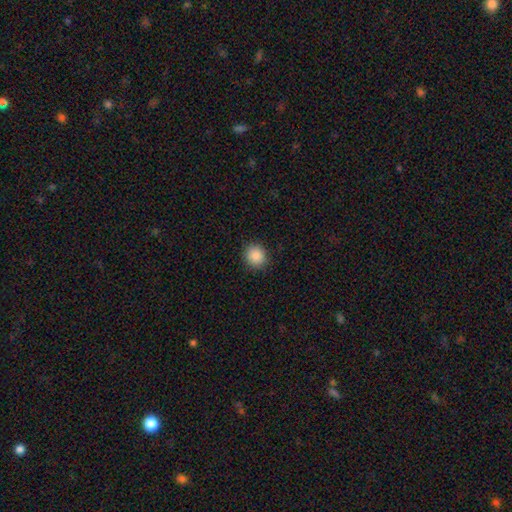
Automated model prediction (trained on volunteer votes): A smooth galaxy with no disk features (88%) that is round (87%). Merging: none (90%).